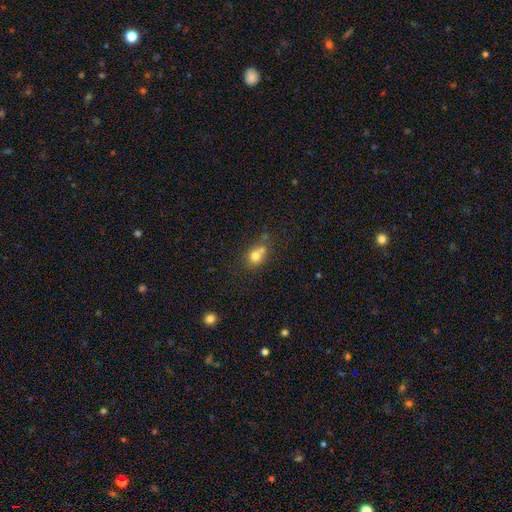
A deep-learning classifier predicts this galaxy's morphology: Overall: smooth (74%). How rounded: round (70%). Merging: merger (44%; none 41%).